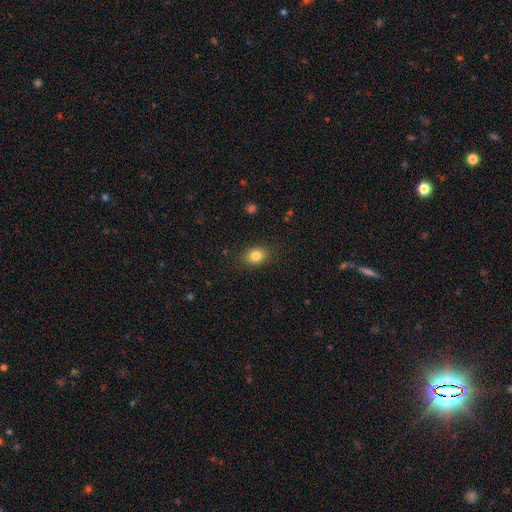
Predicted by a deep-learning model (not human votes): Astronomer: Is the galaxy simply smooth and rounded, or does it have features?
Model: smooth — 82%.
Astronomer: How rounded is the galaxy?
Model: in between — 58% (runner-up: round, 41%).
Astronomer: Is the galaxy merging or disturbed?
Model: none — 86%.